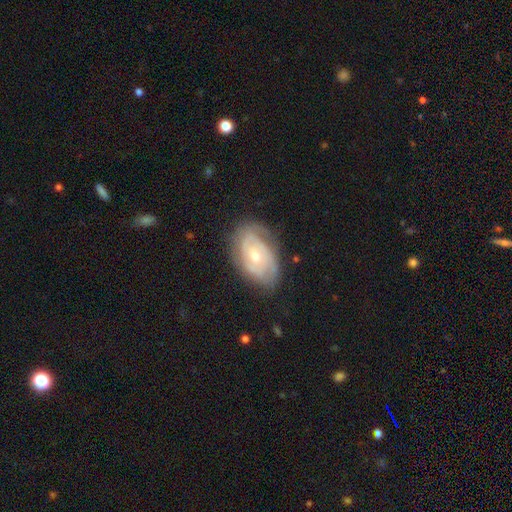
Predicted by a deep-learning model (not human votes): This is likely a featured or disk galaxy (78%). It is clearly not viewed edge-on (96%). Bar: likely no (66%). Spiral arm pattern: clearly yes (91%). Spiral arm count: marginally 2 (41%). Spiral winding: likely tight (62%). Central bulge: possibly small (57%). Merging: likely none (72%).